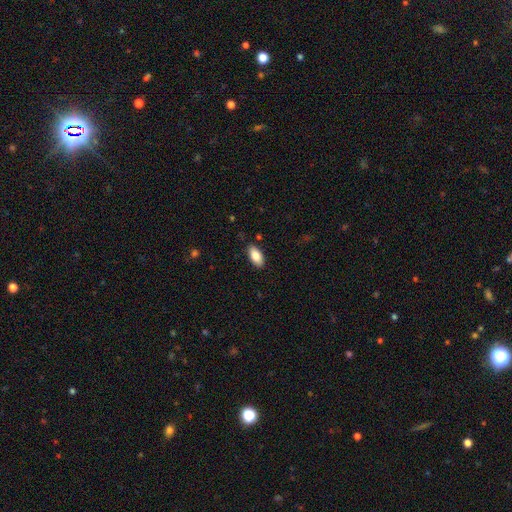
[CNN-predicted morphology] Overall: smooth (83%). How rounded: in between (92%). Merging: none (87%).